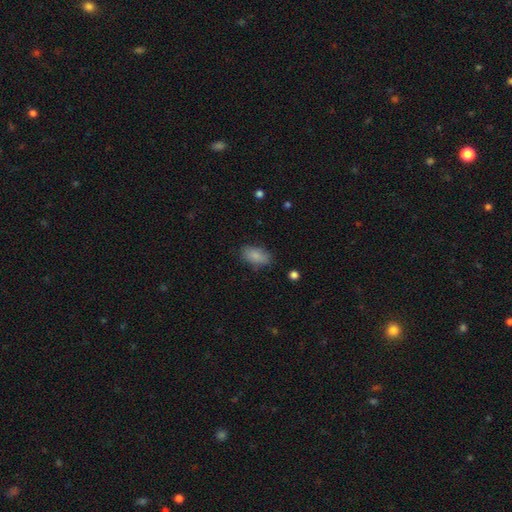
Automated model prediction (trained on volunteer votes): Smooth or featured? smooth (83%)
How rounded? in between (91%)
Merging? none (74%)